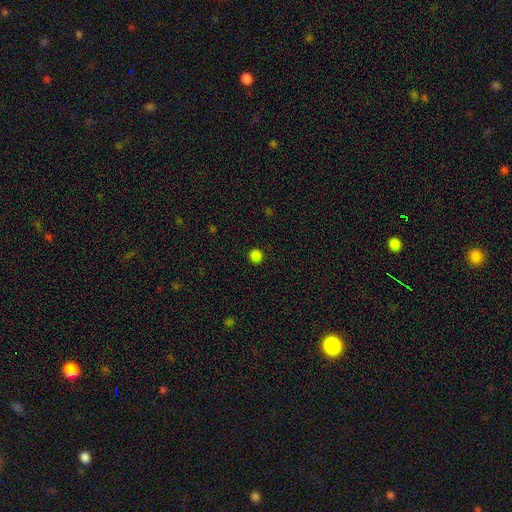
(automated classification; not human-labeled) This appears to be a smooth galaxy with no disk features (83%) that is round (94%). Merging: none (92%).